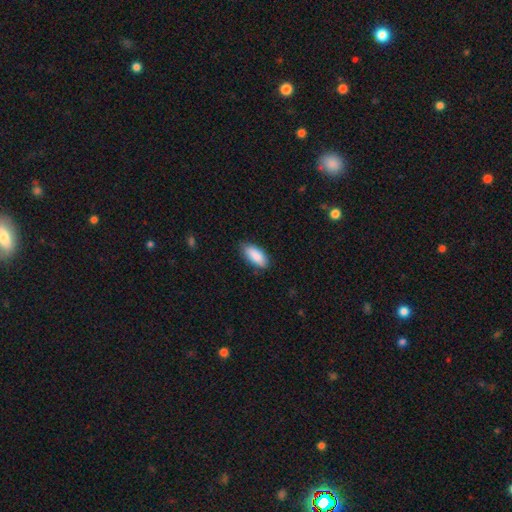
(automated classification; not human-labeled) smooth-or-featured: smooth: 89% | star or artifact: 6% | featured or disk: 5%
  how-rounded: in between: 88% | cigar-shaped: 10% | round: 2%
  merging: none: 79% | minor disturbance: 17% | major disturbance: 3% | merger: 1%